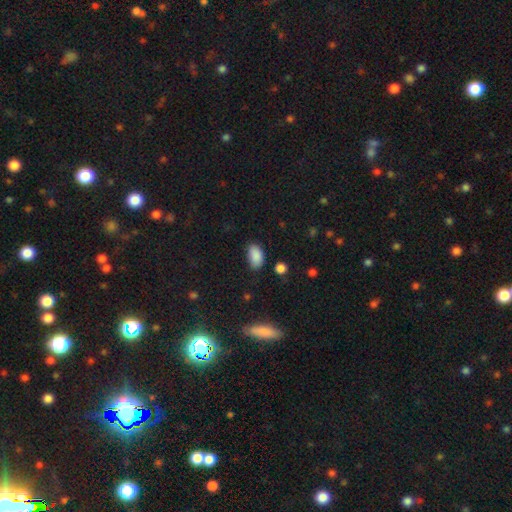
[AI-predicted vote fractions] smooth 88%, star or artifact 8%, featured or disk 4%. Down the decision tree: how rounded — in between (93%); merging — none (73%).